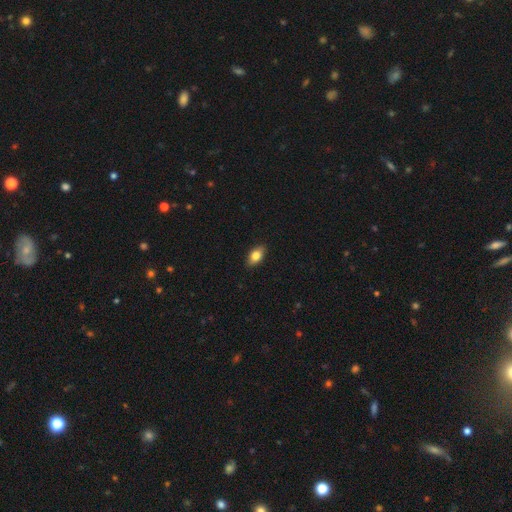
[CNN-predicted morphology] Smooth or featured? Predicted: smooth (p=0.82). How rounded? Predicted: in between (p=0.89). Merging? Predicted: none (p=0.89).